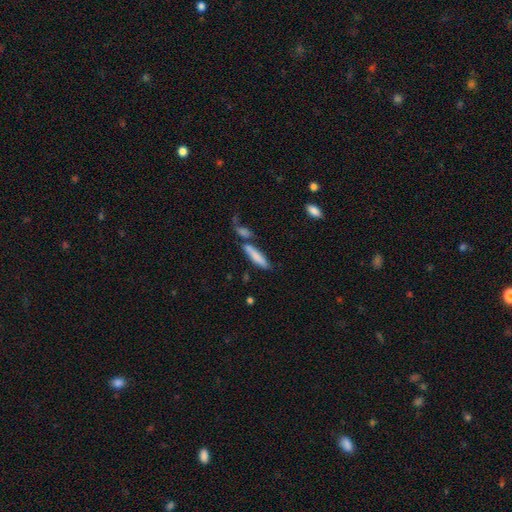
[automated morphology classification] smooth-or-featured: smooth: 78% | featured or disk: 15% | star or artifact: 7%
  how-rounded: cigar-shaped: 77% | in between: 21% | round: 2%
  merging: none: 53% | merger: 28% | minor disturbance: 14% | major disturbance: 5%